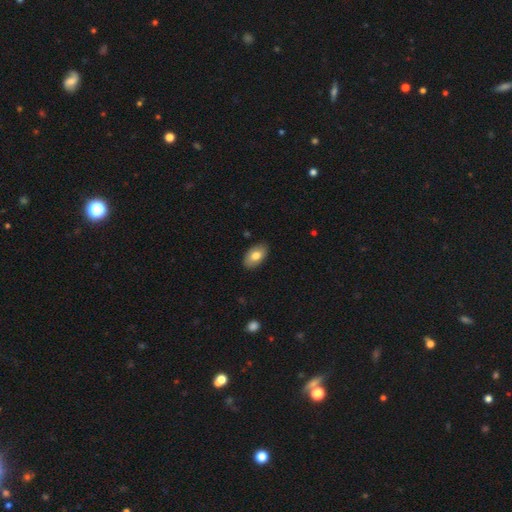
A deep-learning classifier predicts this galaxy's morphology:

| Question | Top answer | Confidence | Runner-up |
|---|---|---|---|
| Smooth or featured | smooth | 75% | featured or disk (18%) |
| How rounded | in between | 93% | round (5%) |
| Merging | none | 86% | minor disturbance (11%) |